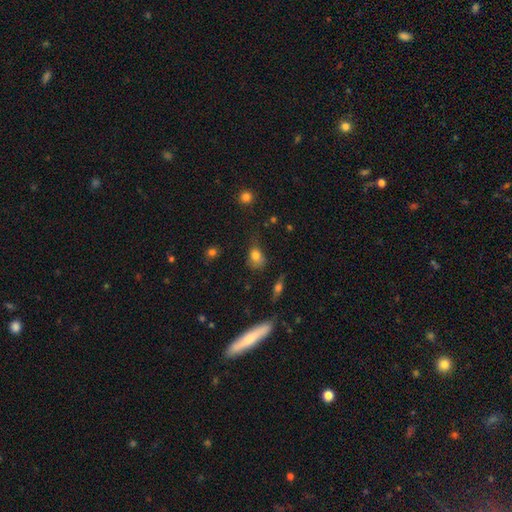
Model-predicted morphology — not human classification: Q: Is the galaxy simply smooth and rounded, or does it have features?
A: smooth — 78%.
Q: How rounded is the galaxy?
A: in between — 61%.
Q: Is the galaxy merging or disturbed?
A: none — 42%.